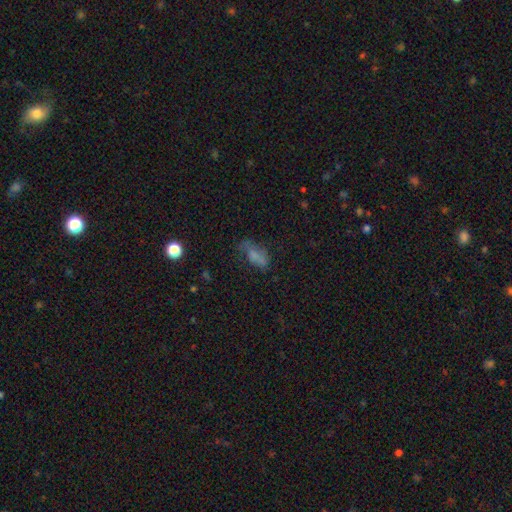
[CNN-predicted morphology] This appears to be a smooth galaxy with no disk features (61%) that is in between round and cigar-shaped (83%). Merging: none (42%).